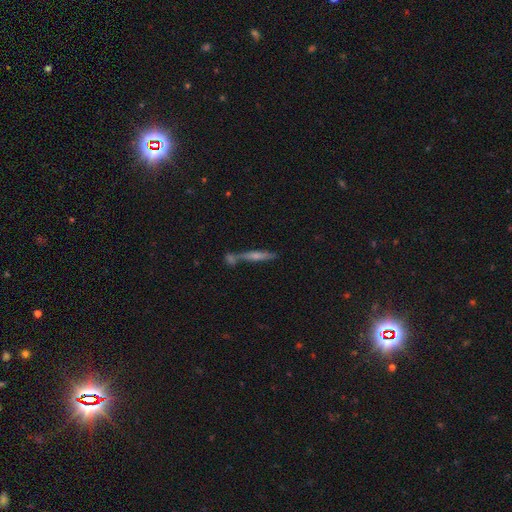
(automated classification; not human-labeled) A featured or disk galaxy (56%) viewed edge-on (89%) with a rounded central bulge (72%). Merging: none (60%).